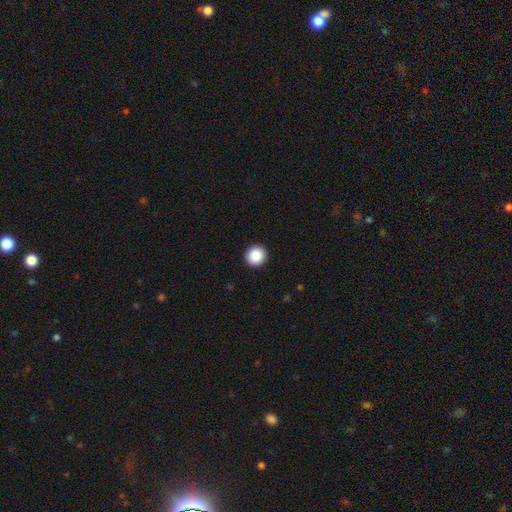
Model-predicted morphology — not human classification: A smooth galaxy with no disk features (88%) that is round (94%). Merging: none (93%).